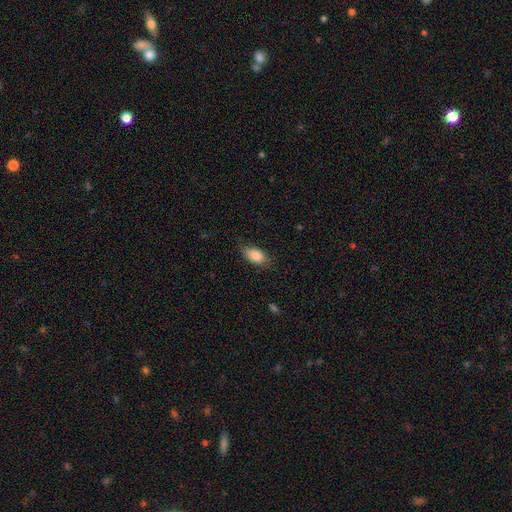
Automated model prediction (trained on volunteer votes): smooth_or_featured: smooth (p=0.84) [alt: featured or disk p=0.09]
how_rounded: in between (p=0.89) [alt: cigar-shaped p=0.05]
merging: none (p=0.77) [alt: minor disturbance p=0.18]